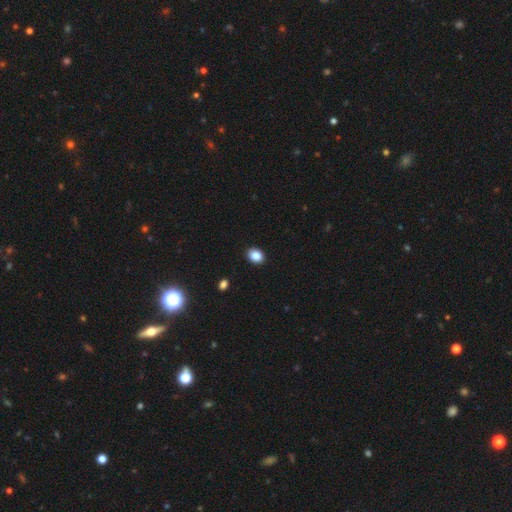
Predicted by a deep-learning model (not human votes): smooth-or-featured: smooth: 86% | star or artifact: 9% | featured or disk: 4%
  how-rounded: in between: 58% | round: 42% | cigar-shaped: 1%
  merging: none: 91% | minor disturbance: 6% | major disturbance: 2% | merger: 1%